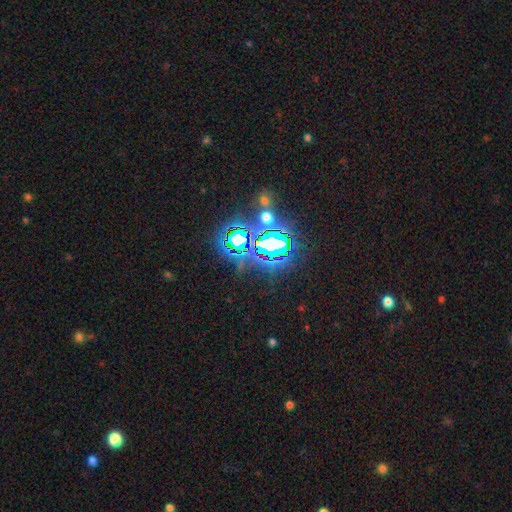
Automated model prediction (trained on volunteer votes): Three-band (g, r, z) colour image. It shows a star or artifact, not a galaxy (81%).